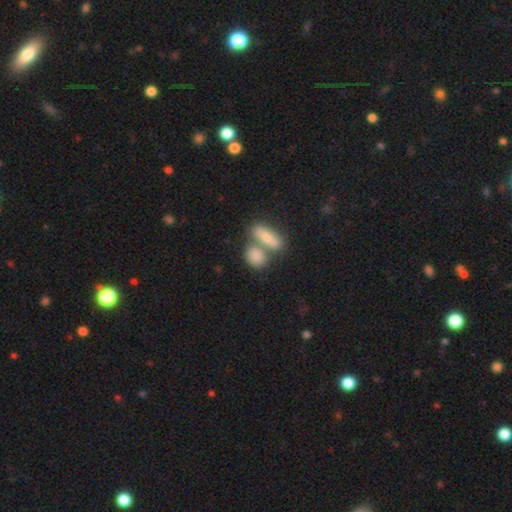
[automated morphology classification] The model was most divided on "merging": merger: 45%, none: 41%, minor disturbance: 10%, major disturbance: 4%. More confident: smooth or featured — smooth (80%); how rounded — in between (63%).